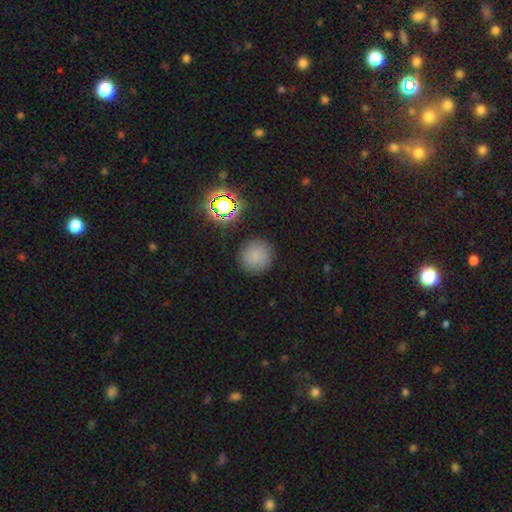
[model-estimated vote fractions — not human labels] Smooth or featured? smooth (77%)
How rounded? round (94%)
Merging? none (89%)